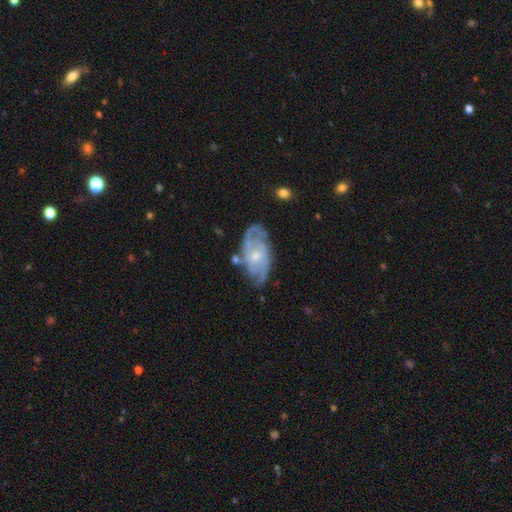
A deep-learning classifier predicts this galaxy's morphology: Smooth or featured?
  - featured or disk: 80% *
  - smooth: 14%
  - star or artifact: 6%
Edge-on disk?
  - no: 95% *
  - yes: 5%
Bar?
  - no: 67% *
  - weak: 29%
  - strong: 5%
Spiral arms?
  - yes: 89% *
  - no: 11%
Spiral winding?
  - tight: 45% *
  - medium: 41%
  - loose: 15%
Spiral arm count?
  - 2: 47% *
  - can't tell: 29%
  - 3: 13%
  - 4: 4%
  - 1: 4%
  - more than 4: 3%
Bulge size?
  - small: 55% *
  - moderate: 40%
  - none: 3%
  - large: 2%
  - dominant: 1%
Merging?
  - none: 64% *
  - minor disturbance: 23%
  - major disturbance: 8%
  - merger: 5%